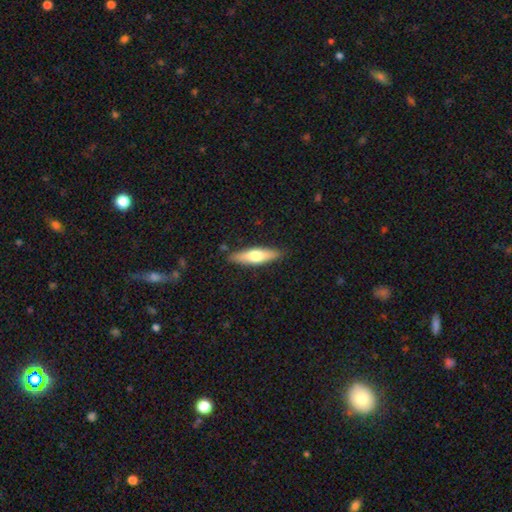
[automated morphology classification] smooth 57%, featured or disk 37%, star or artifact 5%. Down the decision tree: how rounded — cigar-shaped (67%); merging — none (86%).